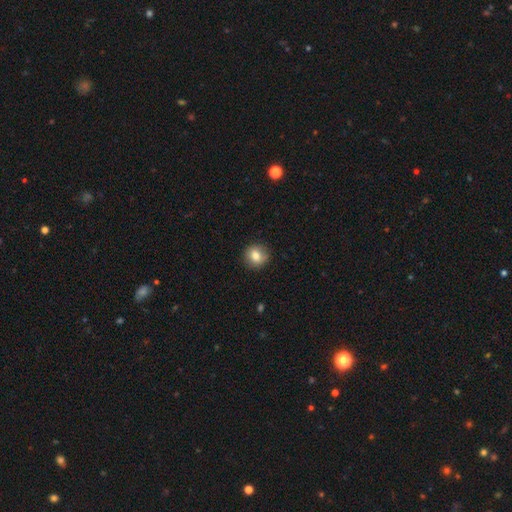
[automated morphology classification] The model was most divided on "smooth or featured": smooth: 79%, featured or disk: 11%, star or artifact: 9%. More confident: merging — none (87%); how rounded — round (86%).